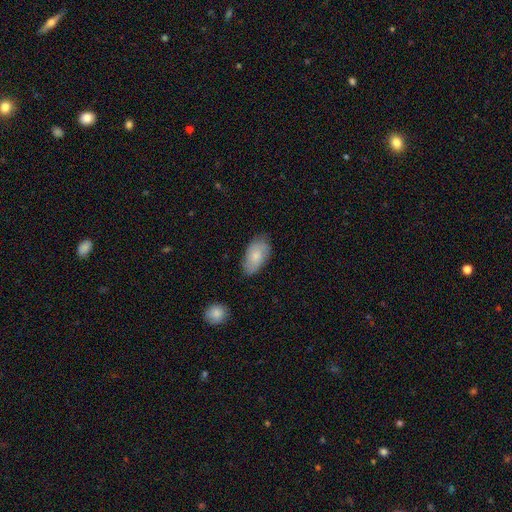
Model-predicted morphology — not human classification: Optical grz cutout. It shows a smooth galaxy with no disk features (73%) that is in between round and cigar-shaped (94%). Merging: none (74%).